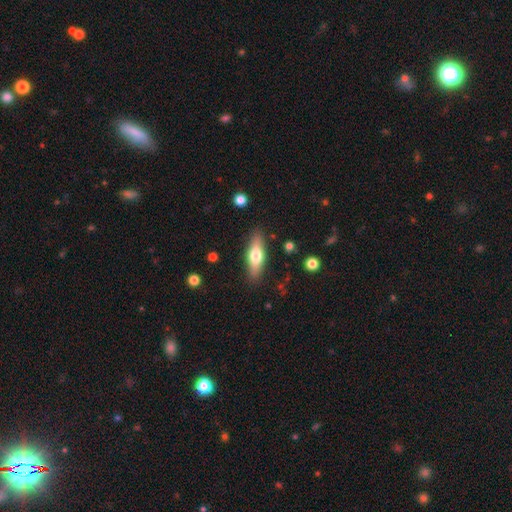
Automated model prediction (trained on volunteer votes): smooth-or-featured: smooth: 58% | featured or disk: 36% | star or artifact: 6%
  how-rounded: in between: 50% | cigar-shaped: 48% | round: 3%
  merging: none: 86% | minor disturbance: 10% | major disturbance: 2% | merger: 2%